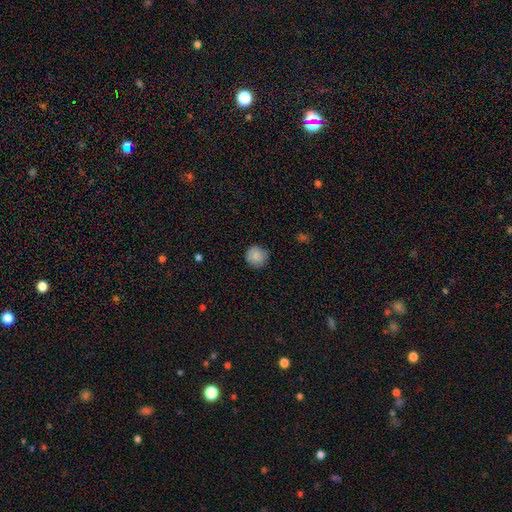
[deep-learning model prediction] Smooth or featured? smooth (86%)
How rounded? round (93%)
Merging? none (81%)